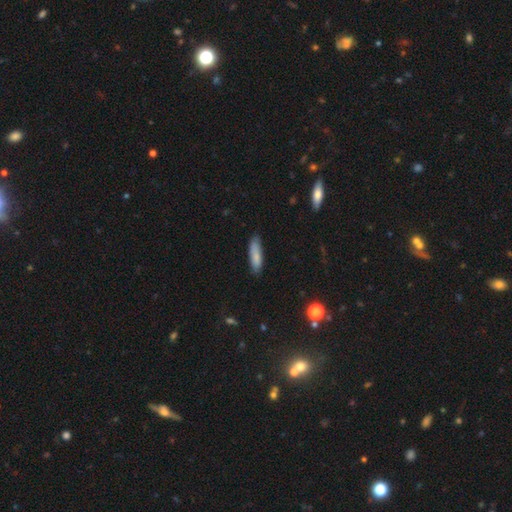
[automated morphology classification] Smooth or featured? Predicted: smooth (p=0.83). How rounded? Predicted: cigar-shaped (p=0.65). Merging? Predicted: none (p=0.82).